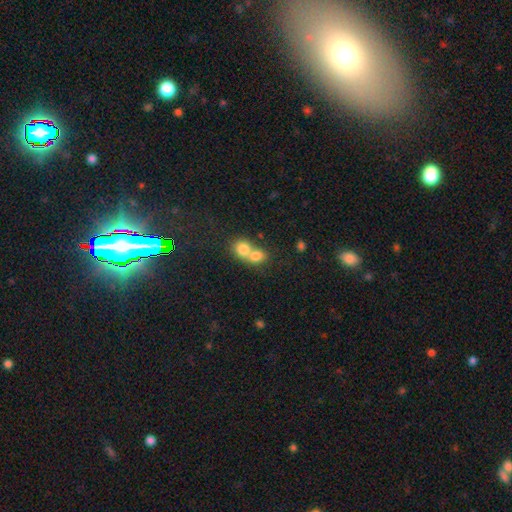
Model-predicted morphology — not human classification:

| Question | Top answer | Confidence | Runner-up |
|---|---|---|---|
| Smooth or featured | smooth | 77% | featured or disk (13%) |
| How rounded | round | 62% | in between (37%) |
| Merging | merger | 72% | none (21%) |